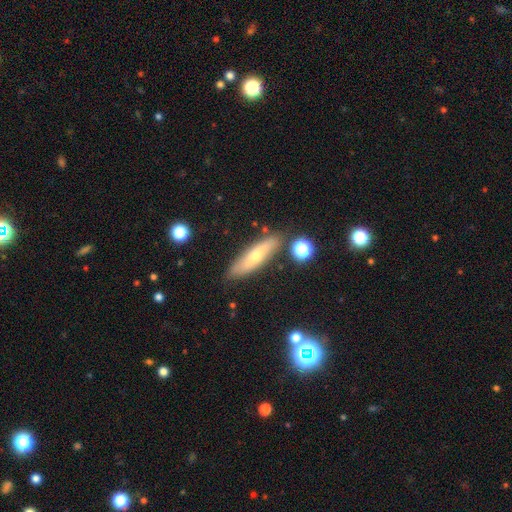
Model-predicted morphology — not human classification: Smooth or featured: smooth — 51% (featured or disk — 42%)
How rounded: cigar-shaped — 71% (in between — 27%)
Merging: none — 81% (minor disturbance — 12%)